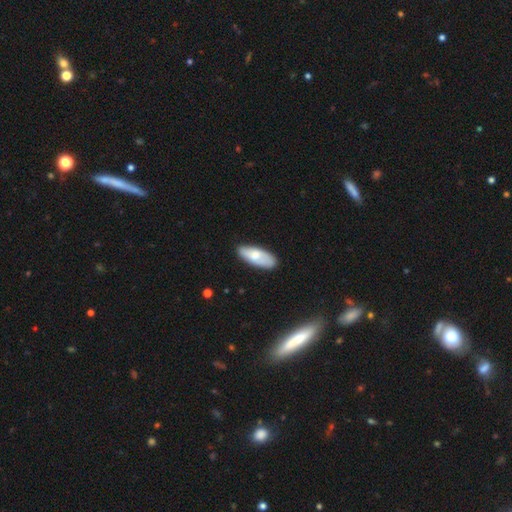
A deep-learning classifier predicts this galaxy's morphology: A smooth galaxy with no disk features (73%) that is in between round and cigar-shaped (79%).

Vote fractions:
- Smooth or featured? smooth: 73% / featured or disk: 22% / star or artifact: 6%
- How rounded? in between: 79% / cigar-shaped: 19% / round: 2%
- Merging? none: 80% / minor disturbance: 16% / major disturbance: 3% / merger: 1%